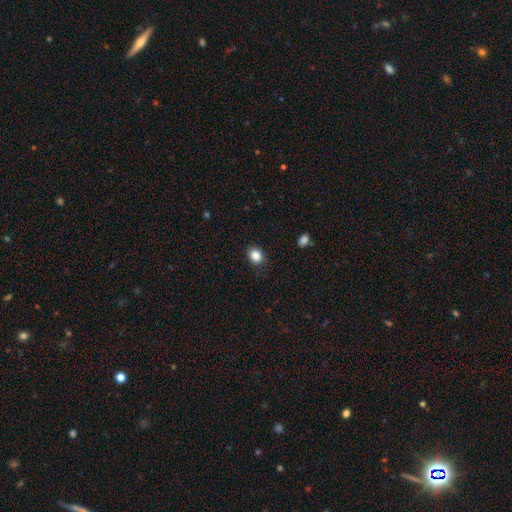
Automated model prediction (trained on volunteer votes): Smooth or featured? Predicted: smooth (p=0.86). How rounded? Predicted: in between (p=0.54). Merging? Predicted: none (p=0.85).